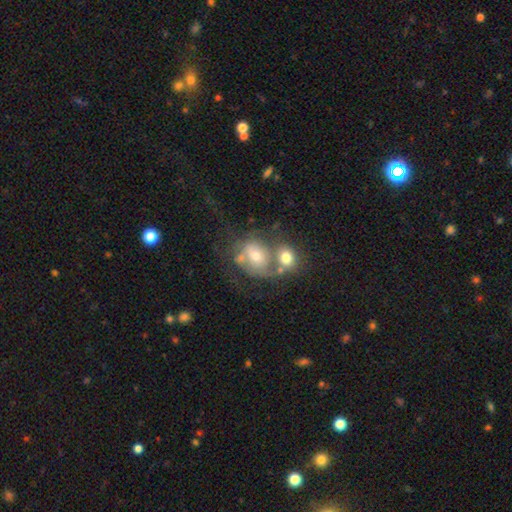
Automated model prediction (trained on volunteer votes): Q: Smooth or featured?
A: smooth (45%); runner-up: featured or disk (43%)
Q: Merging?
A: merger (51%); runner-up: none (24%)